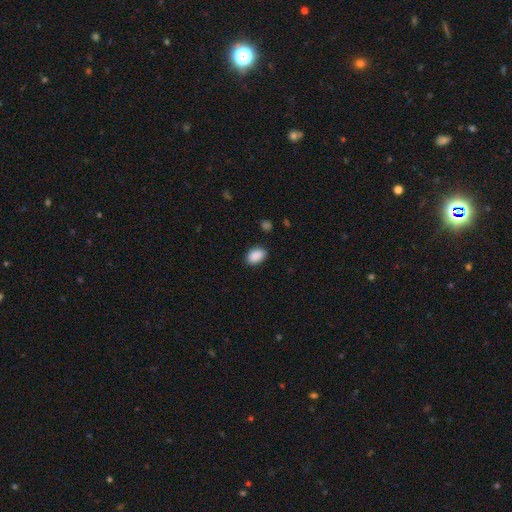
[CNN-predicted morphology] Overall: smooth (90%). How rounded: in between (86%). Merging: none (85%).